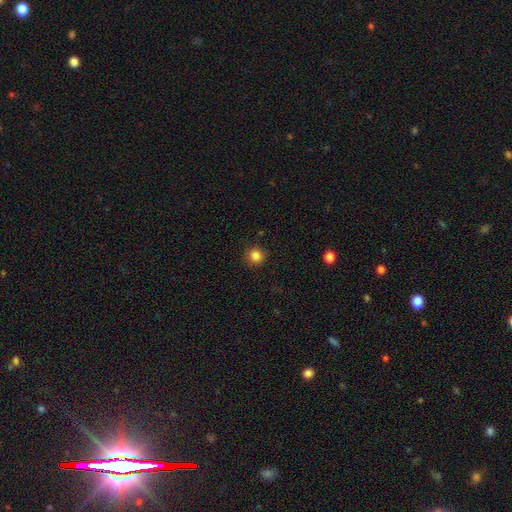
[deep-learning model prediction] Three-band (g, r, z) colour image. It shows a smooth galaxy with no disk features (85%) that is round (92%). Merging: none (90%).